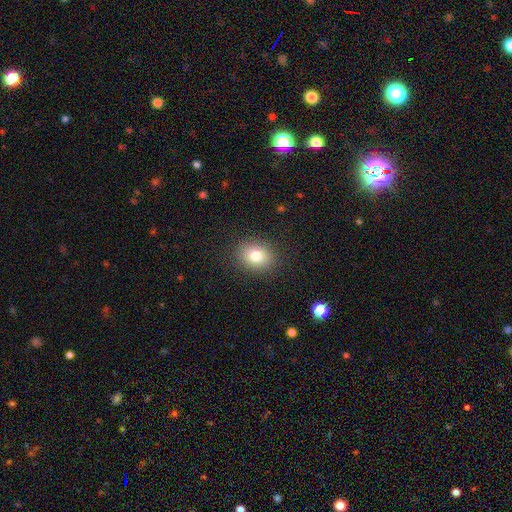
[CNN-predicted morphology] smooth 80%, star or artifact 11%, featured or disk 9%. Down the decision tree: how rounded — in between (50%); merging — none (88%).